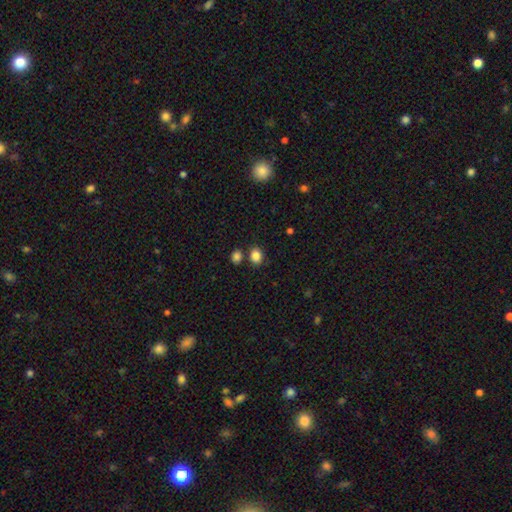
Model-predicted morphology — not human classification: Smooth or featured? Predicted: smooth (p=0.85). How rounded? Predicted: round (p=0.50). Merging? Predicted: none (p=0.74).